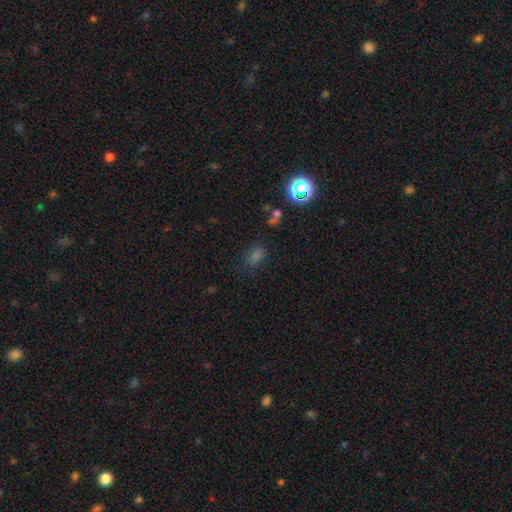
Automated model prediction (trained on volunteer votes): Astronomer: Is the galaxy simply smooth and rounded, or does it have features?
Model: smooth — 60%.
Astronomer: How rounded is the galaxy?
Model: in between — 67%.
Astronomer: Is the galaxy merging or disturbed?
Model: none — 76%.